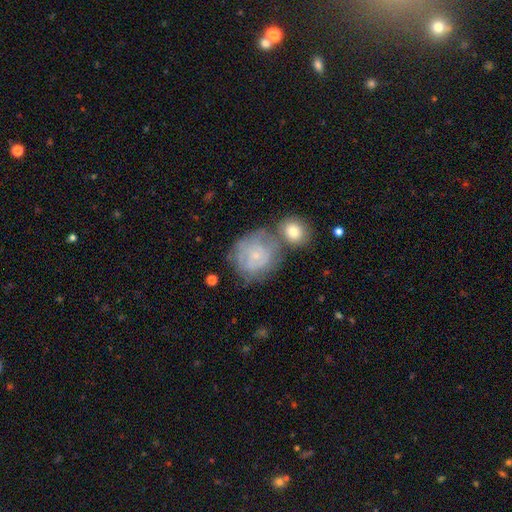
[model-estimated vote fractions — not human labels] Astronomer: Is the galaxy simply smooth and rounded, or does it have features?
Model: featured or disk — 53% (runner-up: smooth, 39%).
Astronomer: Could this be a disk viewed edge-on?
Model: no — 97%.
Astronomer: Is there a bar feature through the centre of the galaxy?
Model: no — 80%.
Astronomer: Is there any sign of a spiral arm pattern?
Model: yes — 67%.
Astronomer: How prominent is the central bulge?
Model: small — 76%.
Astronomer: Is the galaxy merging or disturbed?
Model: none — 45% (runner-up: merger, 26%).